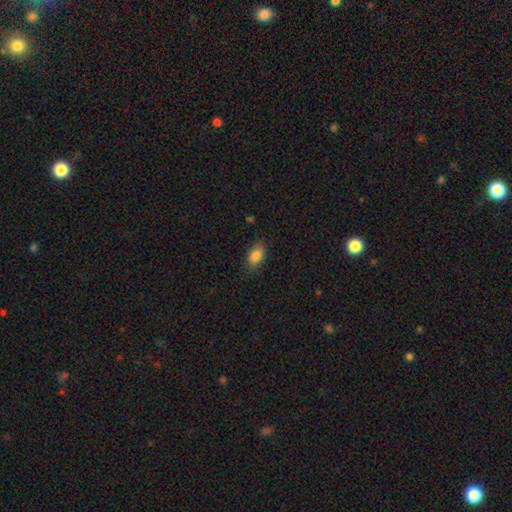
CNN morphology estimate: This appears to be a smooth galaxy with no disk features (85%) that is in between round and cigar-shaped (89%). Merging: none (81%).